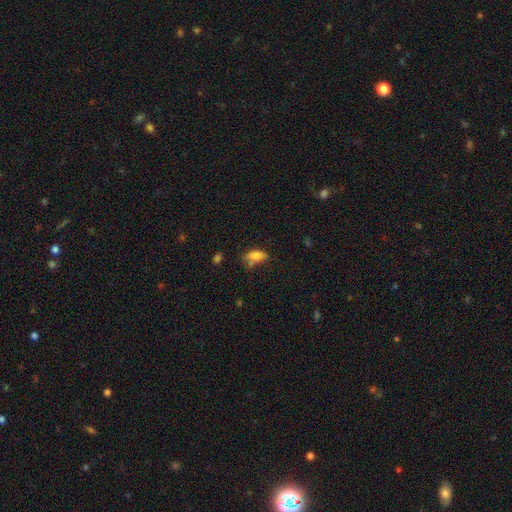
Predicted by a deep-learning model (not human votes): This appears to be a smooth galaxy with no disk features (79%) that is in between round and cigar-shaped (85%). Merging: none (46%).